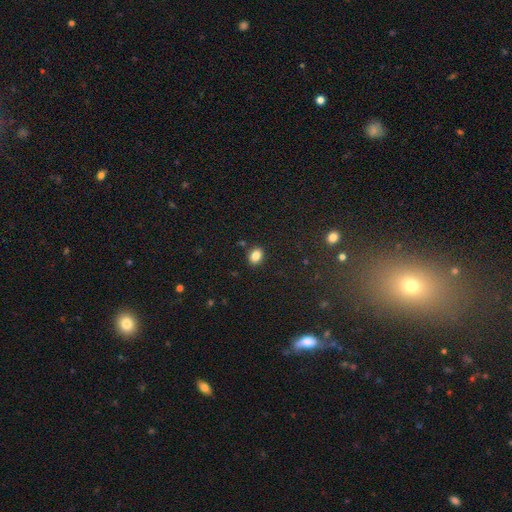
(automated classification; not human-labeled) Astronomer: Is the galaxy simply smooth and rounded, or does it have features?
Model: smooth — 83%.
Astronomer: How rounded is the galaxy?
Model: in between — 62%.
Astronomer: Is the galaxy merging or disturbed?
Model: none — 86%.